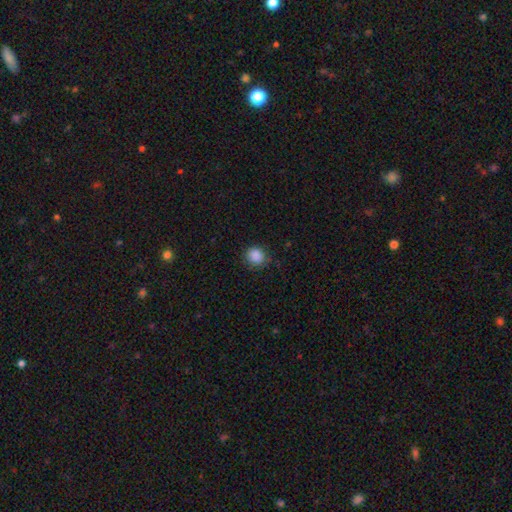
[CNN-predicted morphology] Smooth or featured?
  - smooth: 88% *
  - star or artifact: 9%
  - featured or disk: 3%
How rounded?
  - round: 79% *
  - in between: 20%
  - cigar-shaped: 1%
Merging?
  - none: 79% *
  - minor disturbance: 16%
  - major disturbance: 4%
  - merger: 1%